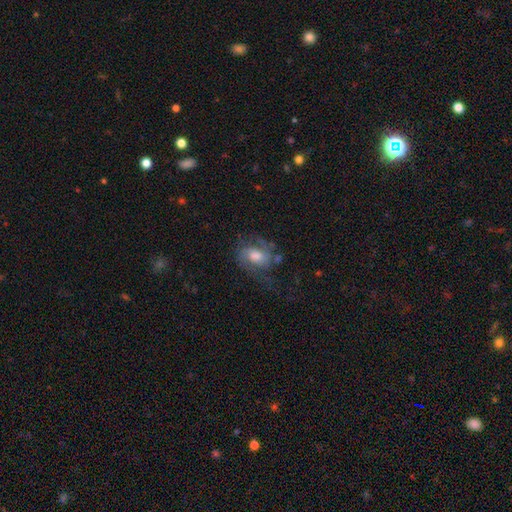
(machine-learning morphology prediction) This appears to be a featured or disk galaxy (61%) with no bar (60%), spiral arms (84%) and a moderate central bulge (53%). Merging: none (49%).